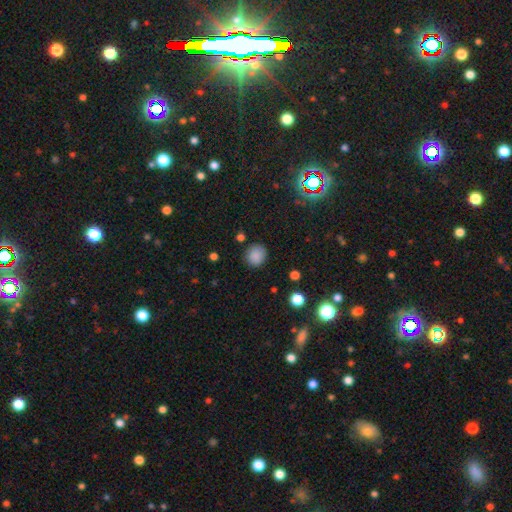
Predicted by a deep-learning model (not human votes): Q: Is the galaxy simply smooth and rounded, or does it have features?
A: smooth — 85%.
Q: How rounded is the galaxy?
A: round — 79%.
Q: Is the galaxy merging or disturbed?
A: none — 84%.